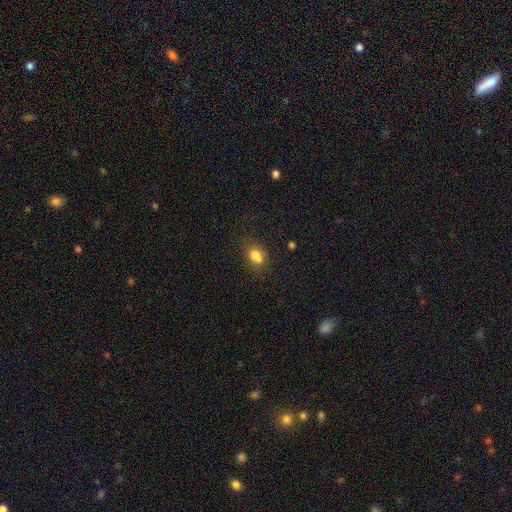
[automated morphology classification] This is likely a smooth galaxy (77%). How rounded: likely in between (66%). Merging: possibly none (54%).